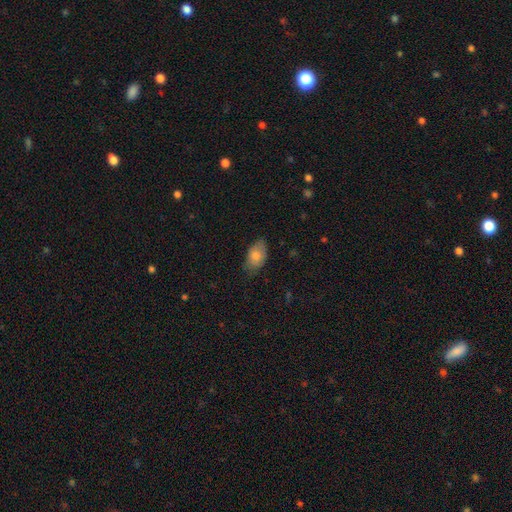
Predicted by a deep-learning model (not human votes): Q: Smooth or featured?
A: smooth (78%); runner-up: featured or disk (15%)
Q: How rounded?
A: in between (91%); runner-up: round (6%)
Q: Merging?
A: none (73%); runner-up: minor disturbance (22%)